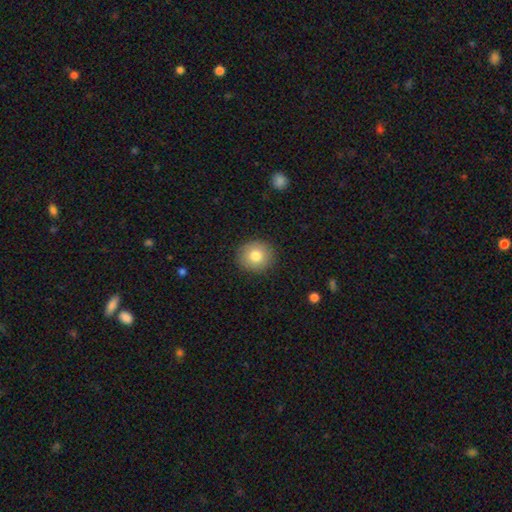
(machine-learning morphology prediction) Q: Smooth or featured?
A: smooth (80%); runner-up: featured or disk (11%)
Q: How rounded?
A: round (88%); runner-up: in between (11%)
Q: Merging?
A: none (89%); runner-up: minor disturbance (8%)